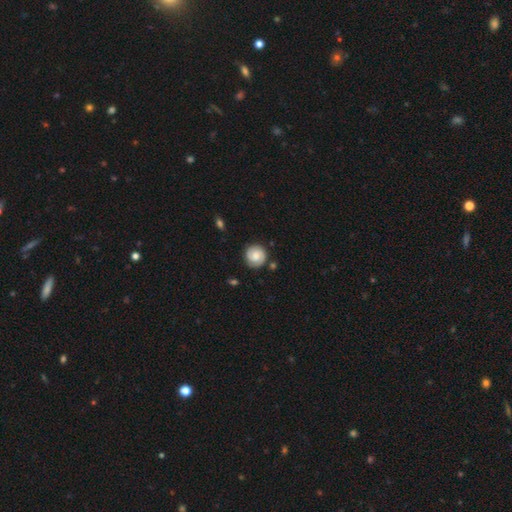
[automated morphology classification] Smooth or featured: featured or disk — 51% (smooth — 42%)
Edge-on disk: no — 98% (yes — 2%)
Merging: none — 82% (minor disturbance — 12%)